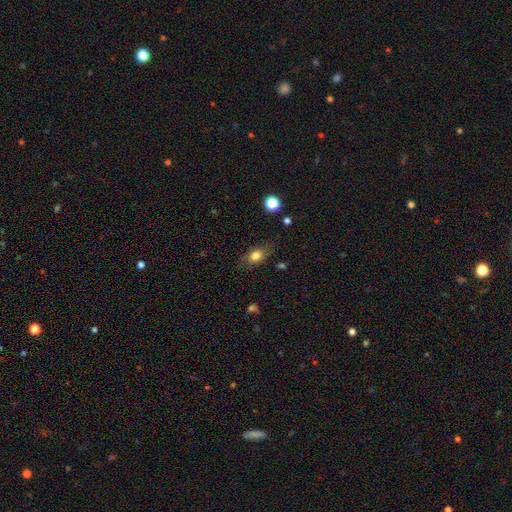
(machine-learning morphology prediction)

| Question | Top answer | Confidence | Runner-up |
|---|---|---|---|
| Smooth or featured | smooth | 77% | featured or disk (13%) |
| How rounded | in between | 70% | round (25%) |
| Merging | none | 76% | minor disturbance (18%) |